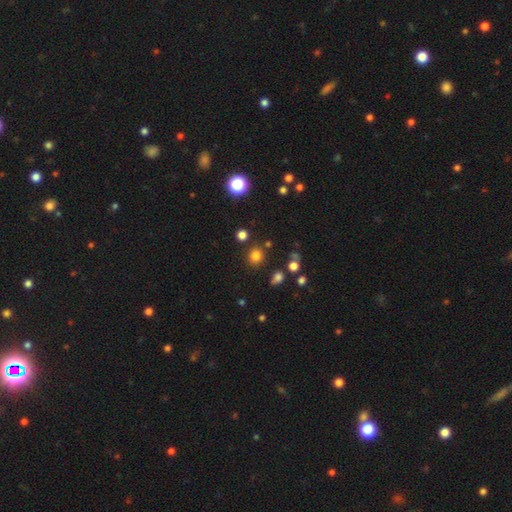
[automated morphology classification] The model was most divided on "smooth or featured": smooth: 78%, star or artifact: 17%, featured or disk: 5%. More confident: how rounded — round (84%); merging — none (84%).